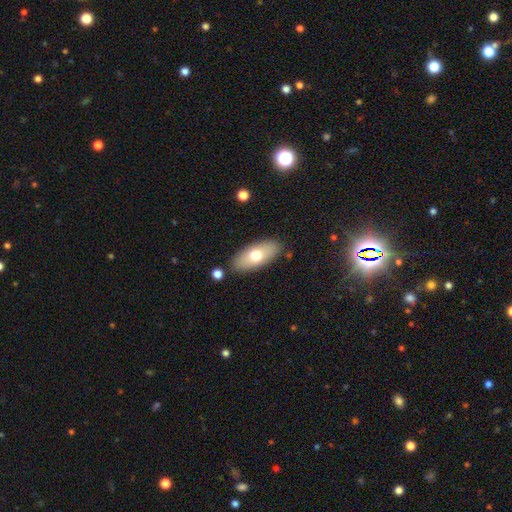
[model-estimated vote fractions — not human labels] Smooth or featured: smooth — 68% (featured or disk — 25%)
How rounded: in between — 85% (cigar-shaped — 12%)
Merging: none — 85% (minor disturbance — 10%)